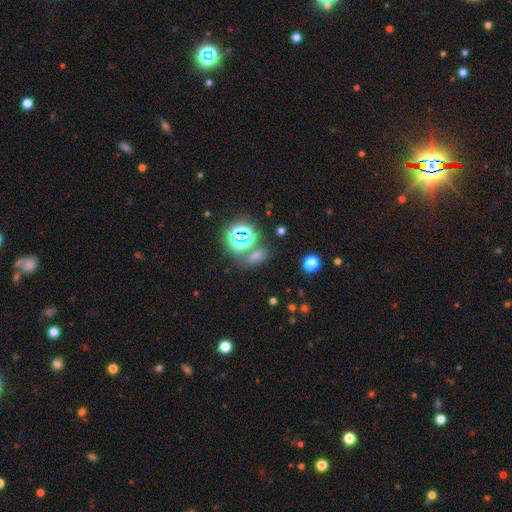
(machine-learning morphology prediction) Overall: smooth (52%; star or artifact 41%). How rounded: in between (68%). Merging: none (66%).